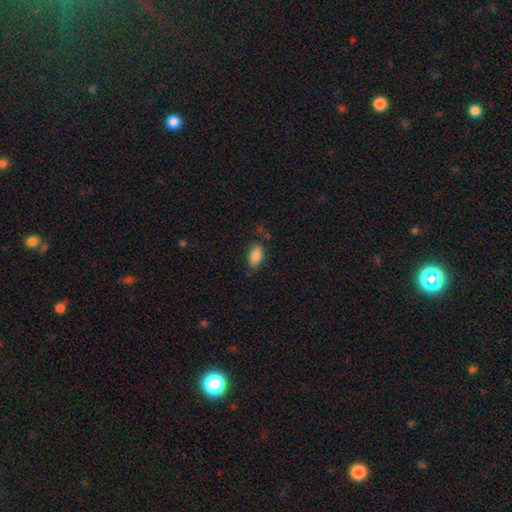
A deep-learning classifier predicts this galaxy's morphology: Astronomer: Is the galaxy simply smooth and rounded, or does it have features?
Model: smooth — 85%.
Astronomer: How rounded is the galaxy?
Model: in between — 92%.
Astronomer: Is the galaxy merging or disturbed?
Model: none — 73%.